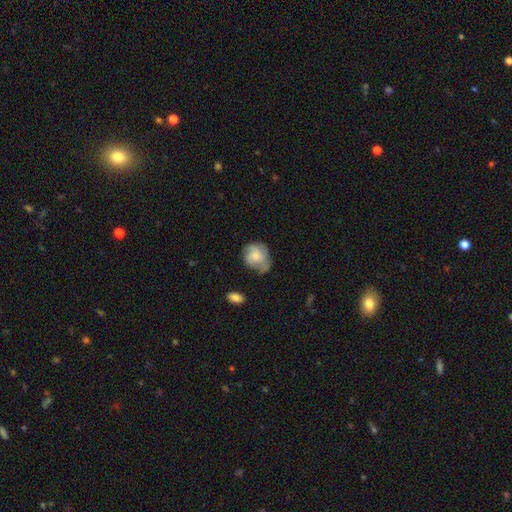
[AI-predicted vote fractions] Overall: featured or disk (52%; smooth 41%). Edge-on disk: no (97%). Bar: no (71%). Spiral arms: yes (84%). Bulge size: moderate (43%; small 32%). Merging: none (56%; minor disturbance 29%).